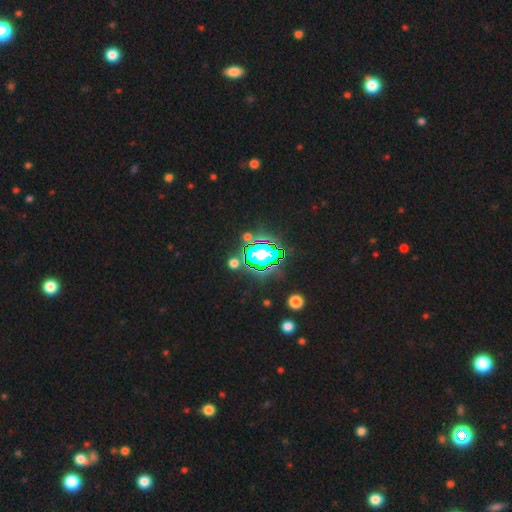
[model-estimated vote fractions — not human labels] A star or artifact, not a galaxy (79%).